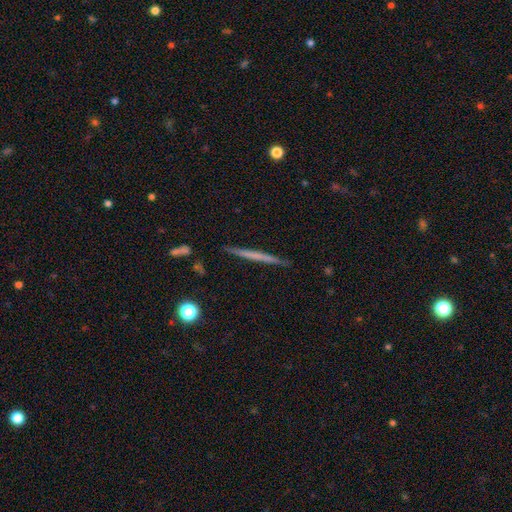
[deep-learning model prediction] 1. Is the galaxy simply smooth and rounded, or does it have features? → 49% featured or disk, 45% smooth, 6% star or artifact.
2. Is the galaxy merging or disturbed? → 91% none, 7% minor disturbance, 1% major disturbance, 1% merger.